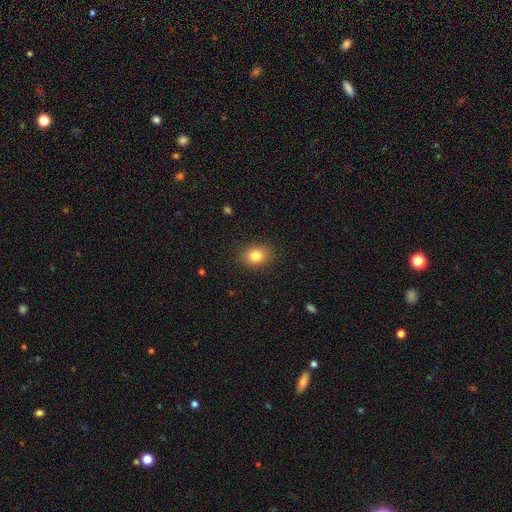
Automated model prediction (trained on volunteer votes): The model was most divided on "how rounded": in between: 53%, round: 46%, cigar-shaped: 1%. More confident: merging — none (88%); smooth or featured — smooth (82%).